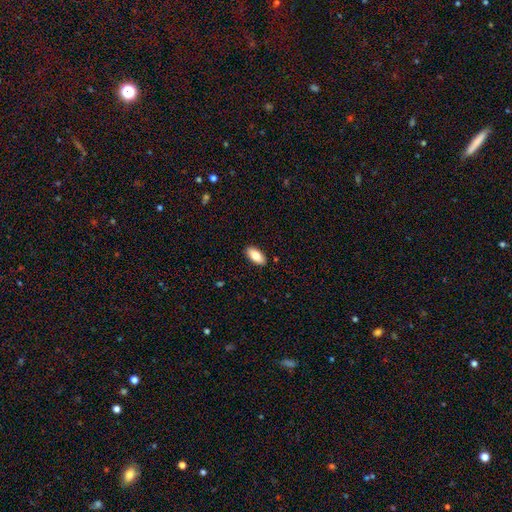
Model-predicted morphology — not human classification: This is clearly a smooth galaxy (81%). How rounded: clearly in between (91%). Merging: clearly none (89%).